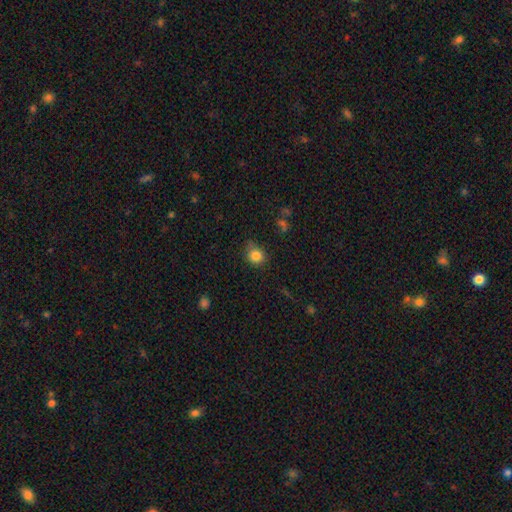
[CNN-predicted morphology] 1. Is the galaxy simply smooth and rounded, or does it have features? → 83% smooth, 11% star or artifact, 6% featured or disk.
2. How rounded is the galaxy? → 80% round, 19% in between, 1% cigar-shaped.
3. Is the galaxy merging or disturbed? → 73% none, 20% minor disturbance, 4% major disturbance, 2% merger.